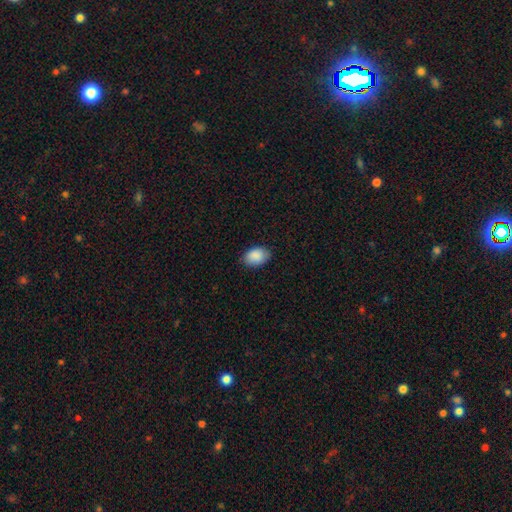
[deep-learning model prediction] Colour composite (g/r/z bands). It shows a smooth galaxy with no disk features (90%) that is in between round and cigar-shaped (87%). Merging: none (84%).